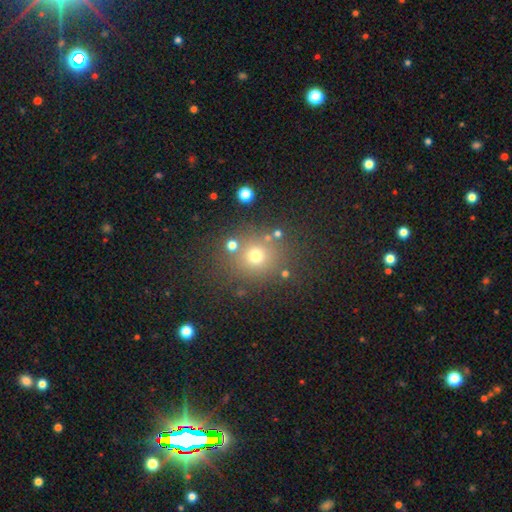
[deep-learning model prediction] A smooth galaxy with no disk features (68%) that is round (85%).

Vote fractions:
- Smooth or featured? smooth: 68% / star or artifact: 23% / featured or disk: 10%
- How rounded? round: 85% / in between: 14% / cigar-shaped: 1%
- Merging? none: 77% / minor disturbance: 11% / merger: 7% / major disturbance: 5%